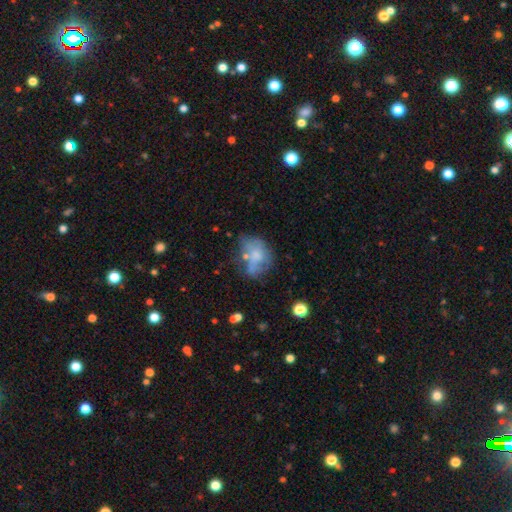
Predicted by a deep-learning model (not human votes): Morphology: type=smooth (51%); roundness=in between (61%); merging=none (35%).